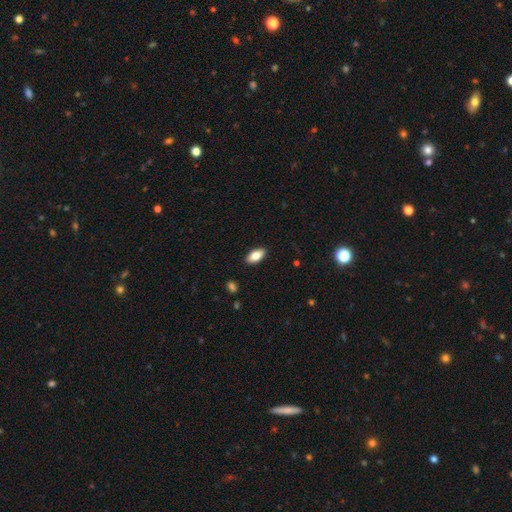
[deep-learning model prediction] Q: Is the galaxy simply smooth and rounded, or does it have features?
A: smooth — 83%.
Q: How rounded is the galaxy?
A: in between — 91%.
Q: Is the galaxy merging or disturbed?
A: none — 89%.